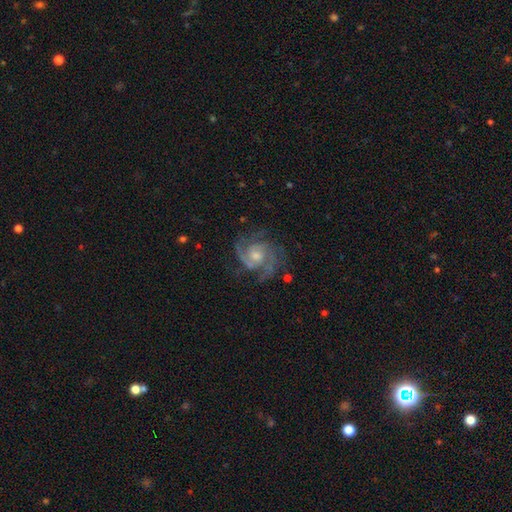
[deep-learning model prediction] Overall: featured or disk (90%). Edge-on disk: no (98%). Bar: no (63%; weak 31%). Spiral arms: yes (98%). Spiral arm count: 3 (39%; 2 36%). Spiral winding: medium (47%; tight 45%). Bulge size: moderate (57%; small 31%). Merging: none (71%).